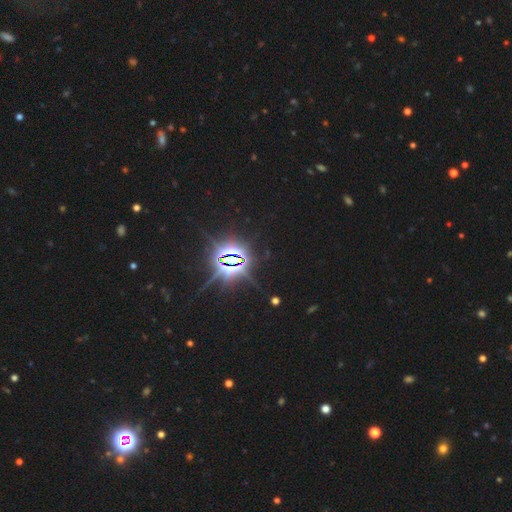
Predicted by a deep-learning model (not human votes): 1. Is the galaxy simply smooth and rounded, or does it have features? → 87% star or artifact, 7% smooth, 6% featured or disk.